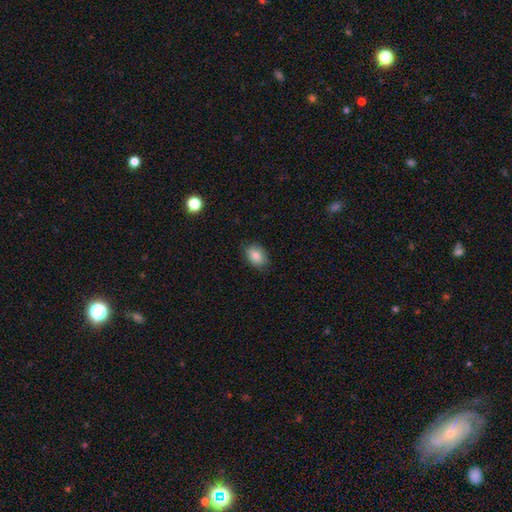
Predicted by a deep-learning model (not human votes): A smooth galaxy with no disk features (87%) that is in between round and cigar-shaped (82%).

Vote fractions:
- Smooth or featured? smooth: 87% / star or artifact: 8% / featured or disk: 6%
- How rounded? in between: 82% / round: 16% / cigar-shaped: 1%
- Merging? none: 80% / minor disturbance: 15% / major disturbance: 3% / merger: 1%